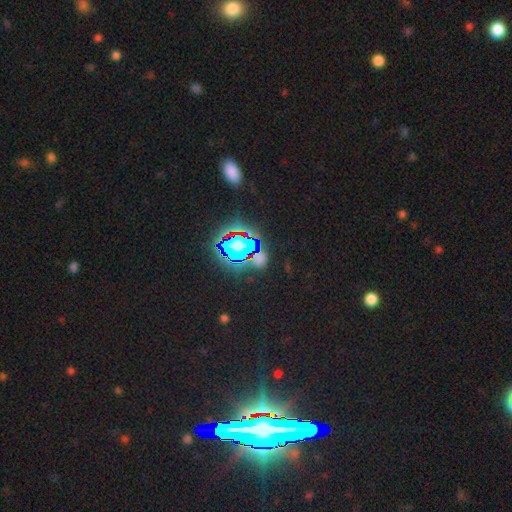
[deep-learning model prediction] Morphology: type=star or artifact (72%).